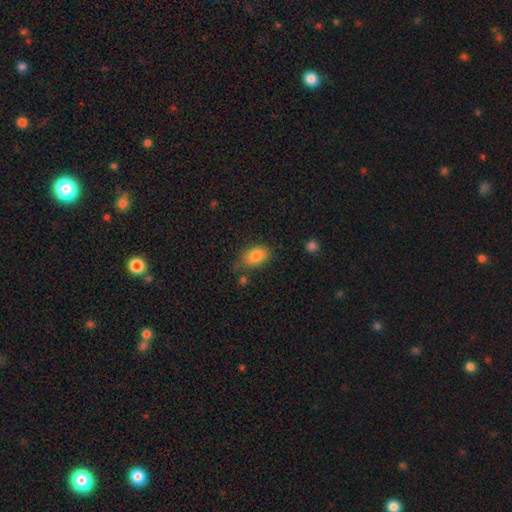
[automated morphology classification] The model was most divided on "merging": none: 70%, minor disturbance: 21%, major disturbance: 5%, merger: 5%. More confident: smooth or featured — smooth (83%); how rounded — in between (81%).